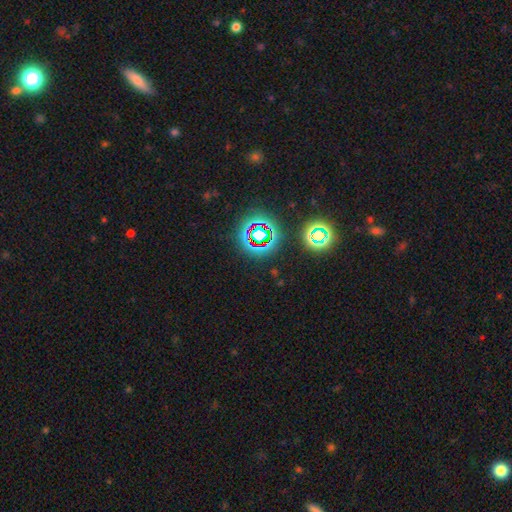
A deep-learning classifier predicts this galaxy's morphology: Smooth or featured? Predicted: star or artifact (p=0.57).